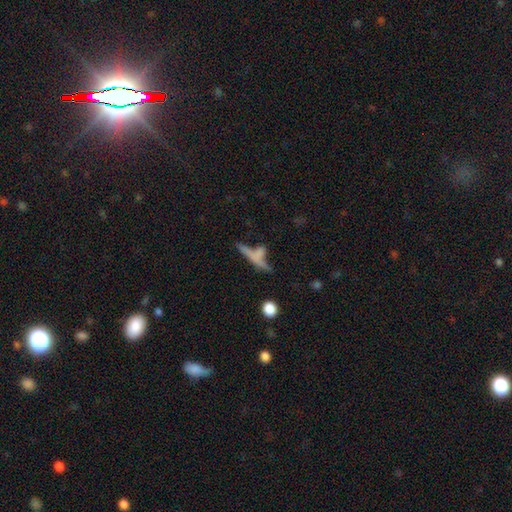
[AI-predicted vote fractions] Smooth or featured: smooth — 51% (featured or disk — 36%)
How rounded: cigar-shaped — 77% (in between — 16%)
Merging: none — 45% (merger — 31%)